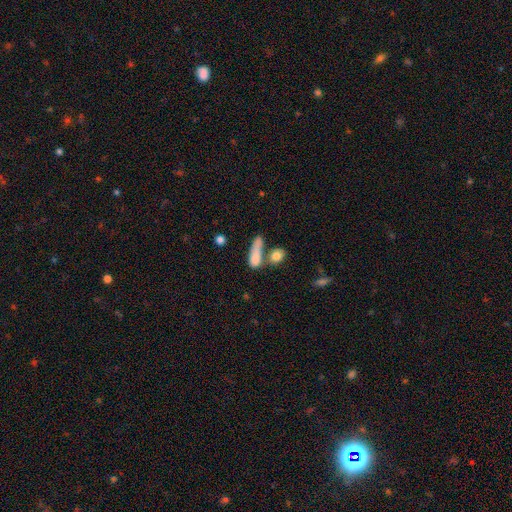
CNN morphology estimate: Smooth or featured? smooth (76%)
How rounded? cigar-shaped (45%, tied with in between)
Merging? merger (36%)